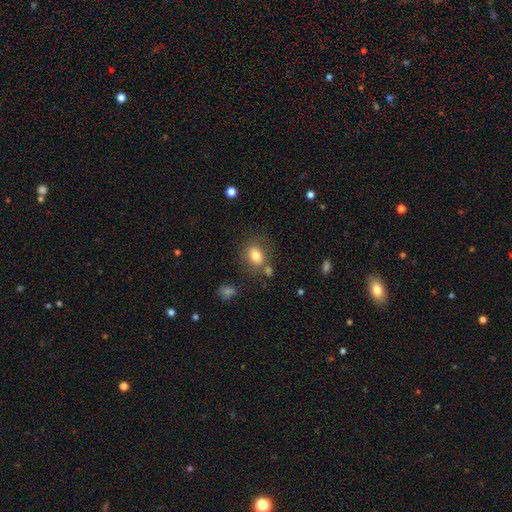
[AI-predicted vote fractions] Overall: smooth (79%). How rounded: in between (52%; round 47%). Merging: none (67%).